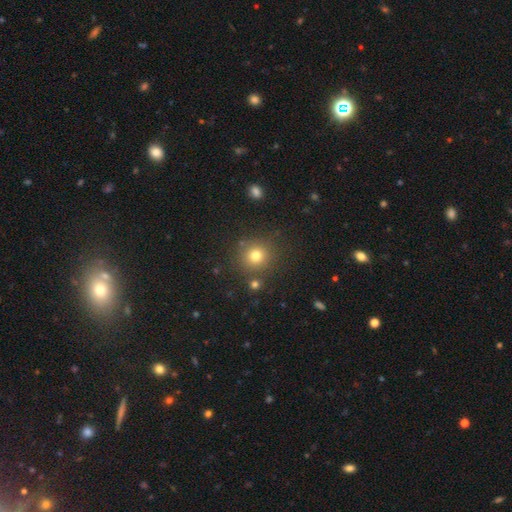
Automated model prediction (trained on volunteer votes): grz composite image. It shows a smooth galaxy with no disk features (77%) that is round (92%). Merging: none (84%).